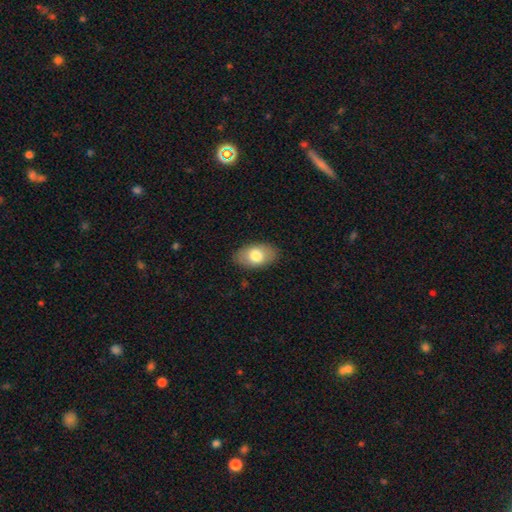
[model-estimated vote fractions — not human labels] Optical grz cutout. It shows a smooth galaxy with no disk features (76%) that is in between round and cigar-shaped (92%). Merging: none (87%).